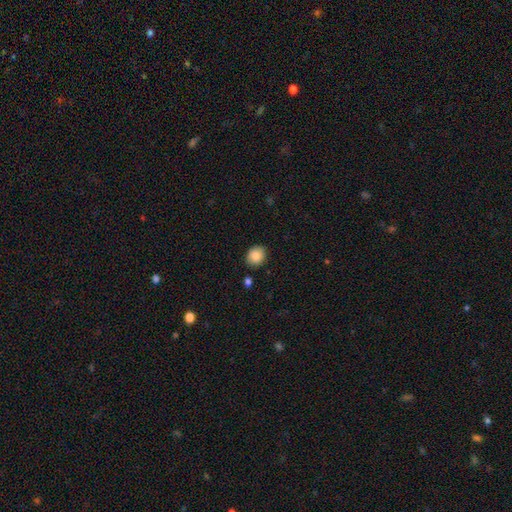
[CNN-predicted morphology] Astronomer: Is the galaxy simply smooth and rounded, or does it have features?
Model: smooth — 87%.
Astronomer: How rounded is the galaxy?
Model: round — 64%.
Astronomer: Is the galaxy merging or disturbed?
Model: none — 85%.